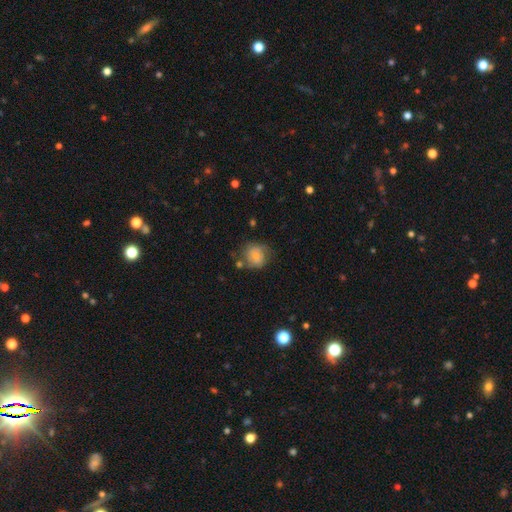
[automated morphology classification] Smooth or featured: smooth — 55% (featured or disk — 37%)
How rounded: round — 76% (in between — 23%)
Merging: none — 57% (minor disturbance — 25%)